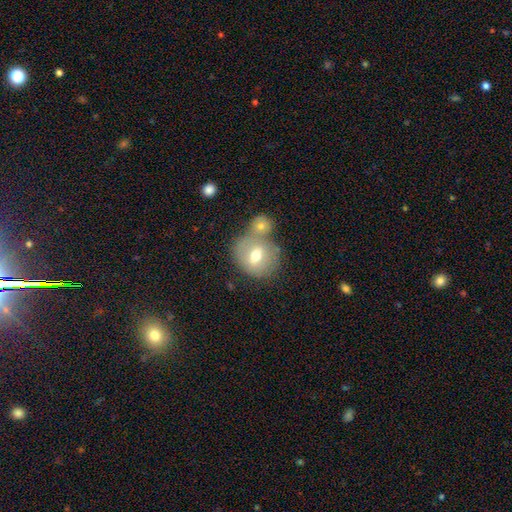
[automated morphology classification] This is likely a smooth galaxy (63%). How rounded: likely round (79%). Merging: possibly merger (46%).